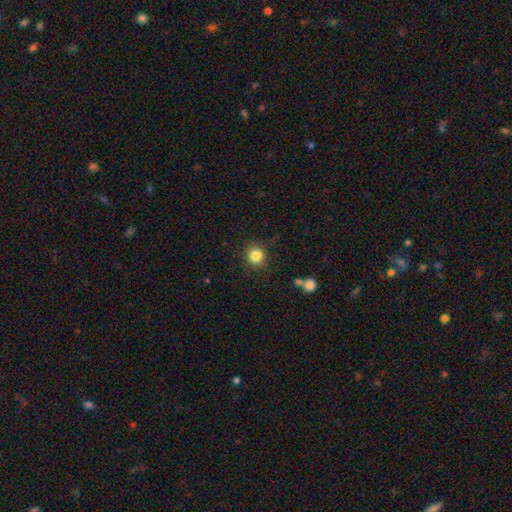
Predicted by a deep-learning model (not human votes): Smooth or featured?
  - smooth: 84% *
  - star or artifact: 11%
  - featured or disk: 5%
How rounded?
  - round: 87% *
  - in between: 12%
  - cigar-shaped: 1%
Merging?
  - none: 87% *
  - minor disturbance: 8%
  - major disturbance: 3%
  - merger: 2%